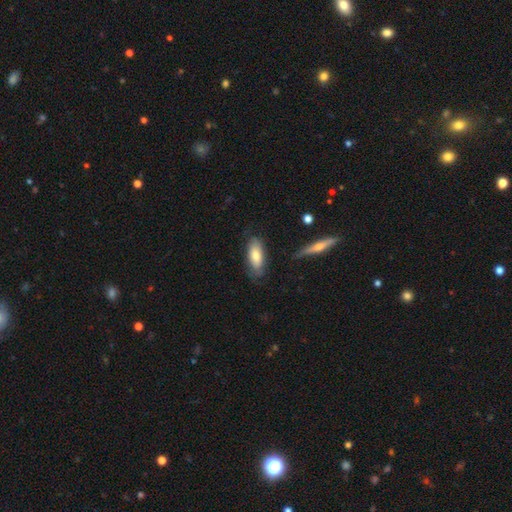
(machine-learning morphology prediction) smooth 74%, featured or disk 20%, star or artifact 6%. Down the decision tree: how rounded — in between (79%); merging — none (71%).